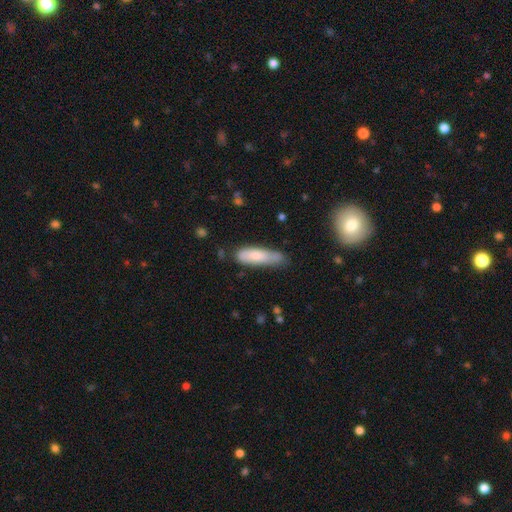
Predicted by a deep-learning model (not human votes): Smooth or featured: smooth — 75% (featured or disk — 19%)
How rounded: cigar-shaped — 63% (in between — 36%)
Merging: none — 55% (minor disturbance — 33%)